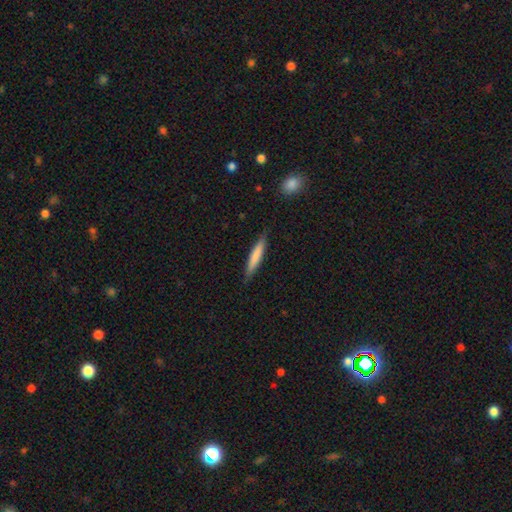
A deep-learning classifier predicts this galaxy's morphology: smooth 74%, featured or disk 21%, star or artifact 5%. Down the decision tree: how rounded — cigar-shaped (91%); merging — none (86%).